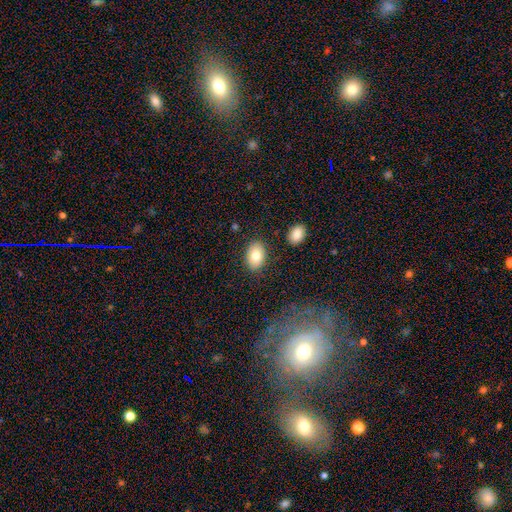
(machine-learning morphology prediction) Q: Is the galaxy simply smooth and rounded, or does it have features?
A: smooth — 80%.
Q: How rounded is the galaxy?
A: in between — 82%.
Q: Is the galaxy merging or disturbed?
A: none — 86%.